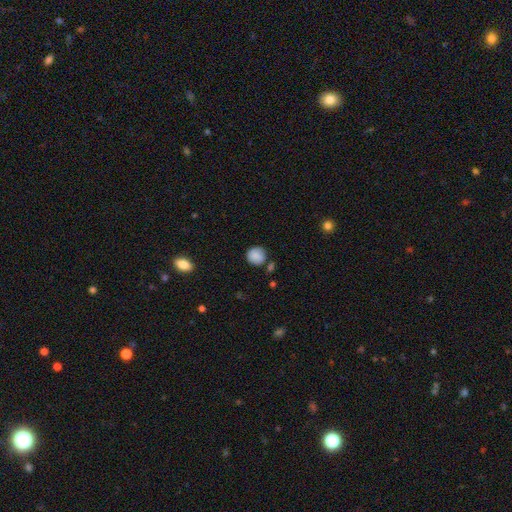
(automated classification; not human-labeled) A smooth galaxy with no disk features (85%) that is round (89%). Merging: none (75%).